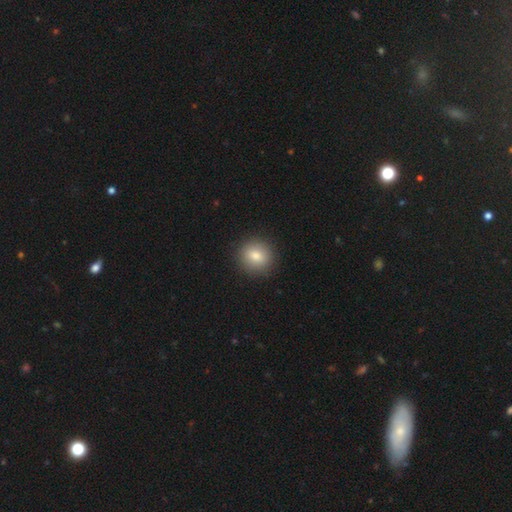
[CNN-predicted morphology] Smooth or featured? smooth (83%)
How rounded? round (84%)
Merging? none (90%)